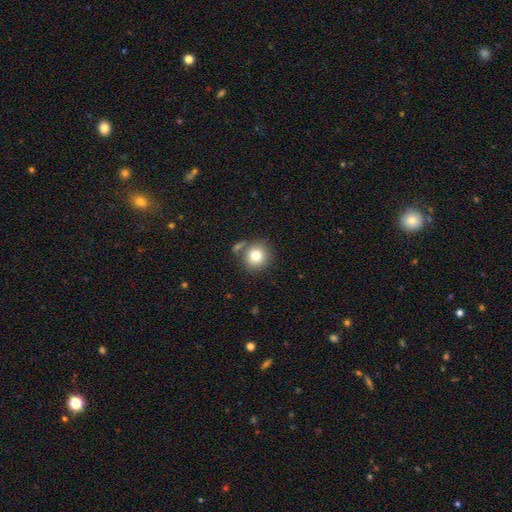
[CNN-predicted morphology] This is likely a smooth galaxy (78%). How rounded: clearly round (89%). Merging: likely none (72%).